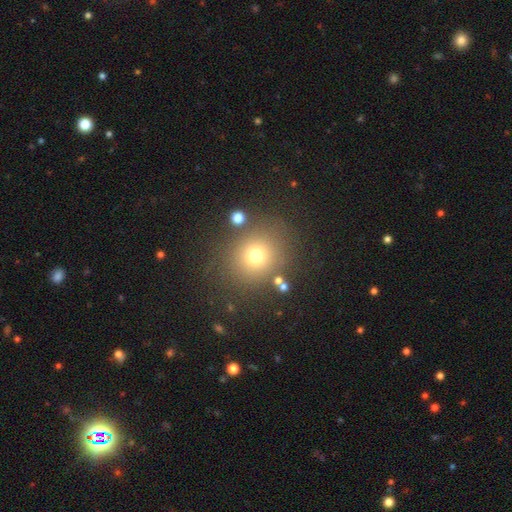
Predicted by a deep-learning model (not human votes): Q: Smooth or featured?
A: smooth (71%); runner-up: star or artifact (19%)
Q: How rounded?
A: round (79%); runner-up: in between (20%)
Q: Merging?
A: none (80%); runner-up: minor disturbance (10%)